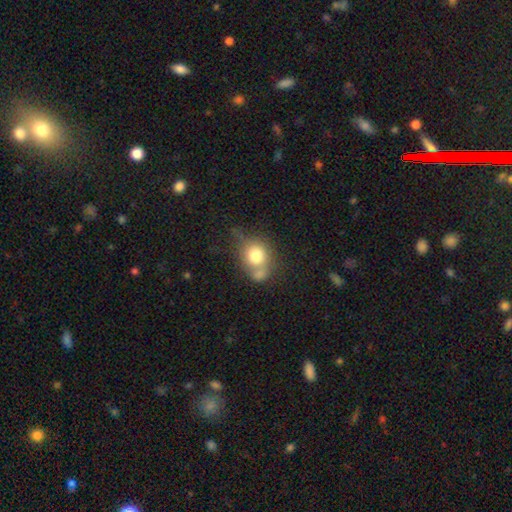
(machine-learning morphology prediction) Overall: smooth (75%). How rounded: round (66%; in between 32%). Merging: none (38%; merger 33%).